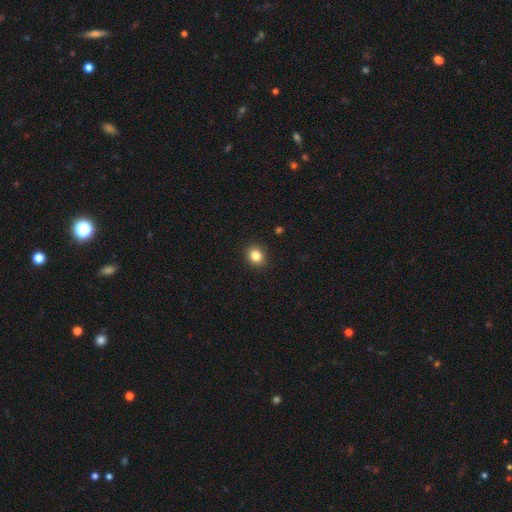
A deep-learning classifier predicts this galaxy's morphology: Smooth or featured: smooth — 84% (star or artifact — 11%)
How rounded: round — 73% (in between — 27%)
Merging: none — 91% (minor disturbance — 6%)